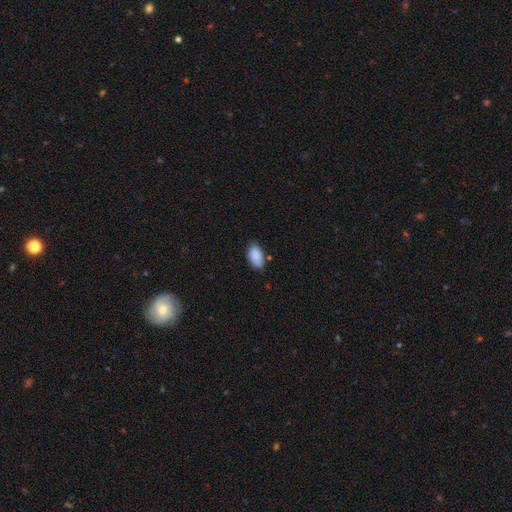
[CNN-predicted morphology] A smooth galaxy with no disk features (87%) that is in between round and cigar-shaped (94%). Merging: none (71%).